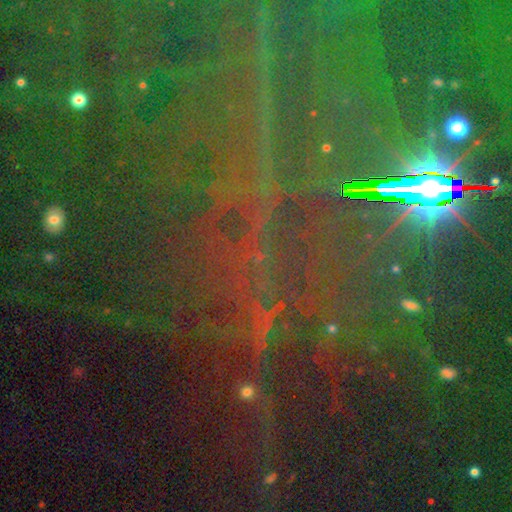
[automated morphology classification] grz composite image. It shows a star or artifact, not a galaxy (87%).